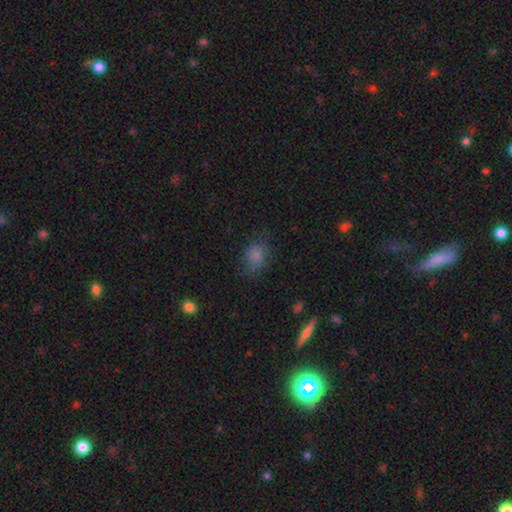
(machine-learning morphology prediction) This appears to be a smooth galaxy with no disk features (79%) that is in between round and cigar-shaped (53%). Merging: none (70%).